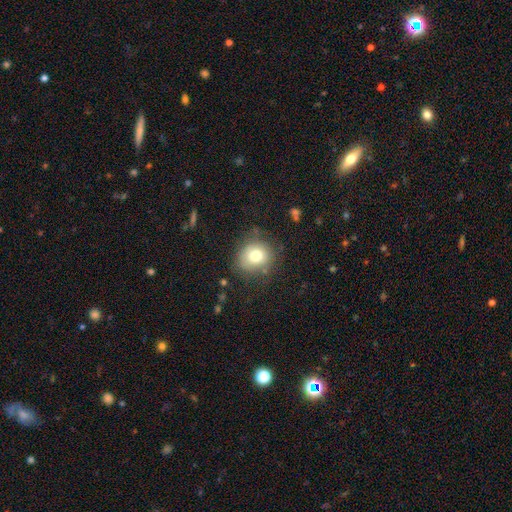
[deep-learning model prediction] A smooth galaxy with no disk features (77%) that is round (74%). Merging: none (74%).